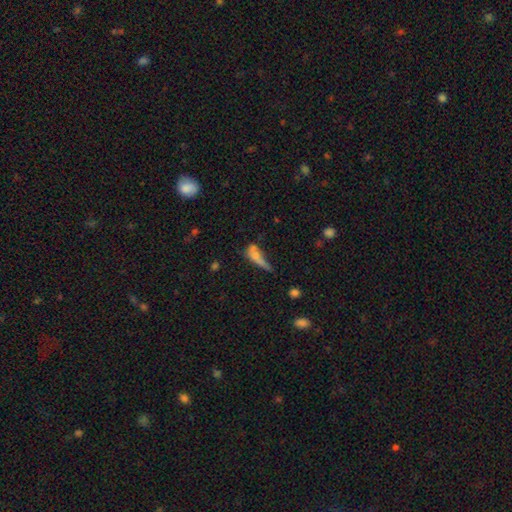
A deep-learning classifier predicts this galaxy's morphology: smooth 59%, featured or disk 29%, star or artifact 12%. Down the decision tree: how rounded — cigar-shaped (48%); merging — major disturbance (28%).